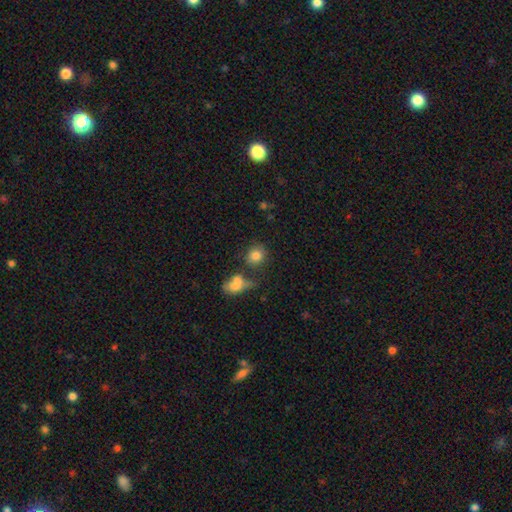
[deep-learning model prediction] smooth-or-featured: smooth: 82% | star or artifact: 10% | featured or disk: 8%
  how-rounded: round: 72% | in between: 27% | cigar-shaped: 1%
  merging: none: 67% | merger: 16% | minor disturbance: 12% | major disturbance: 5%